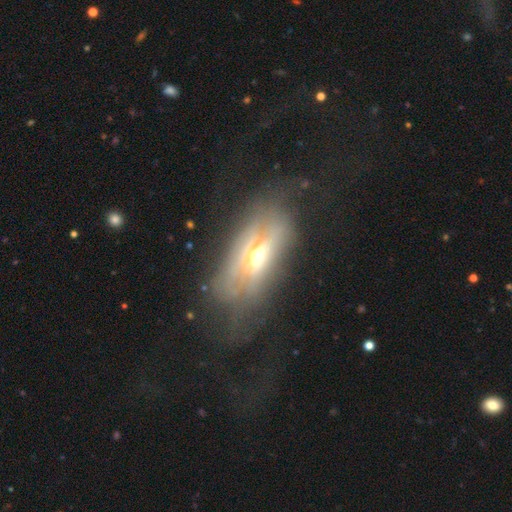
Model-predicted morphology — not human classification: The model was most divided on "merging": none: 39%, major disturbance: 35%, minor disturbance: 23%, merger: 3%. More confident: edge-on disk — no (64%); smooth or featured — featured or disk (62%).